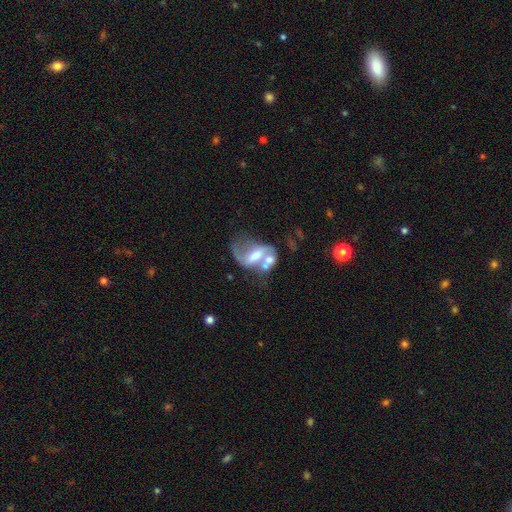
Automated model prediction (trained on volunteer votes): This is likely a featured or disk galaxy (65%). It is clearly not viewed edge-on (96%). Bar: marginally weak (40%). Spiral arm pattern: likely yes (63%). Central bulge: possibly moderate (53%). Merging: possibly merger (47%).